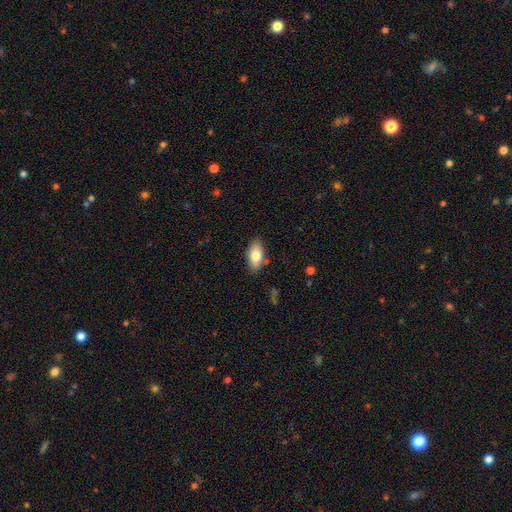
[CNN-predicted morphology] smooth 77%, featured or disk 17%, star or artifact 7%. Down the decision tree: how rounded — in between (90%); merging — none (80%).